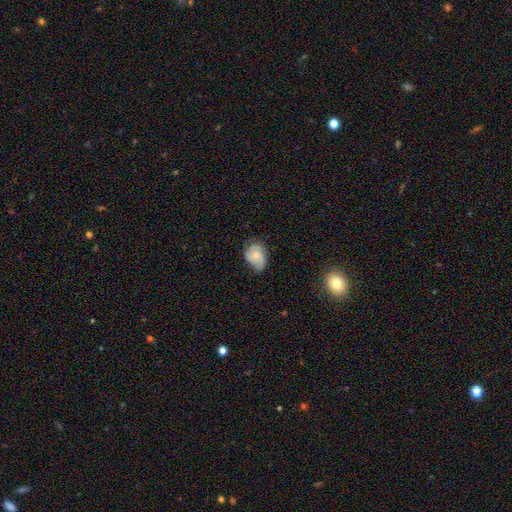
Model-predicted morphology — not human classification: type=featured or disk (55%); edge-on=no (97%); bar=no (74%); spiral arms=yes (89%); bulge=small (54%); merging=none (54%).